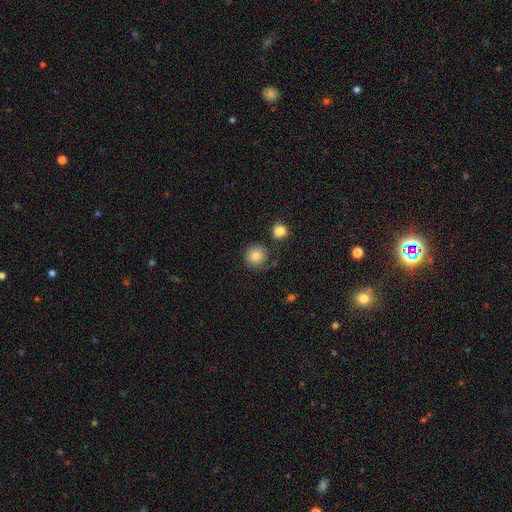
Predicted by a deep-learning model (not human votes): smooth_or_featured: smooth (p=0.86) [alt: star or artifact p=0.08]
how_rounded: round (p=0.92) [alt: in between p=0.08]
merging: none (p=0.71) [alt: minor disturbance p=0.14]